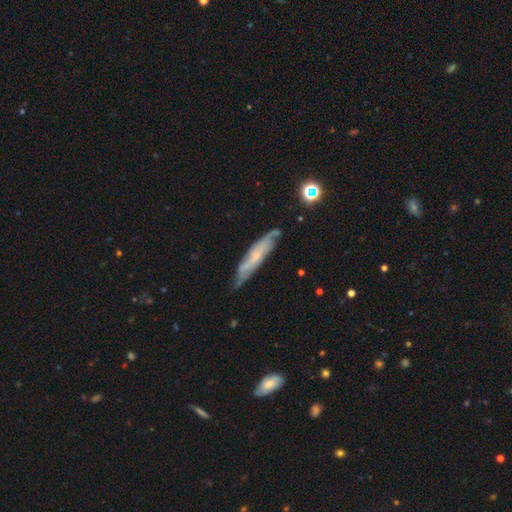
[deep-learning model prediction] A featured or disk galaxy (59%) viewed edge-on (55%). Merging: none (72%).